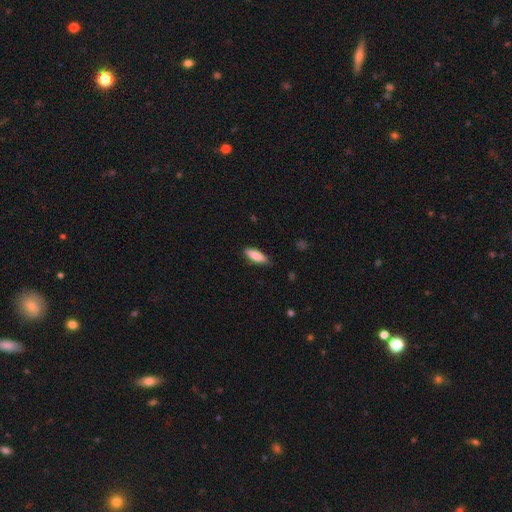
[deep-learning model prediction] Q: Smooth or featured?
A: smooth (85%); runner-up: featured or disk (9%)
Q: How rounded?
A: in between (66%); runner-up: cigar-shaped (32%)
Q: Merging?
A: none (82%); runner-up: minor disturbance (14%)